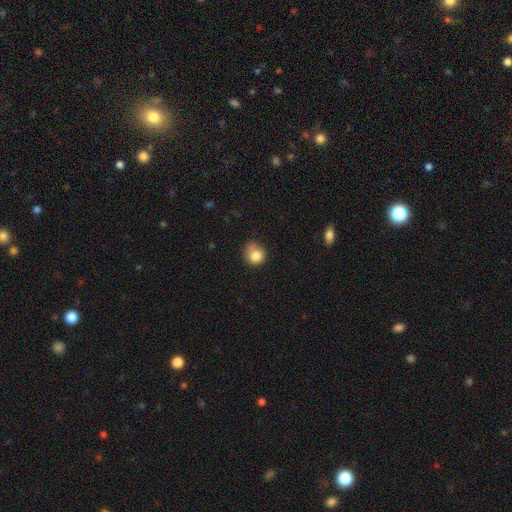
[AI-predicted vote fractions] A smooth galaxy with no disk features (82%) that is round (78%).

Vote fractions:
- Smooth or featured? smooth: 82% / star or artifact: 10% / featured or disk: 8%
- How rounded? round: 78% / in between: 21% / cigar-shaped: 1%
- Merging? none: 50% / minor disturbance: 32% / major disturbance: 12% / merger: 6%